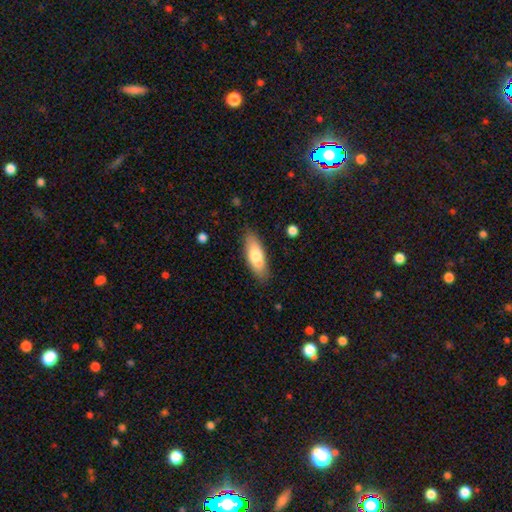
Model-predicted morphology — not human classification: smooth-or-featured: smooth: 72% | featured or disk: 22% | star or artifact: 6%
  how-rounded: in between: 66% | cigar-shaped: 32% | round: 2%
  merging: none: 84% | minor disturbance: 12% | major disturbance: 2% | merger: 1%